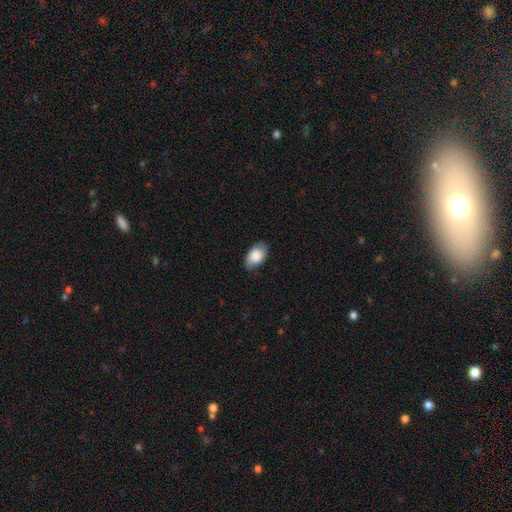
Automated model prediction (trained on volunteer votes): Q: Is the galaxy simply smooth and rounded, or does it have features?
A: smooth — 82%.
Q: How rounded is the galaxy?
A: in between — 93%.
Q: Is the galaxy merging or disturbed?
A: none — 81%.